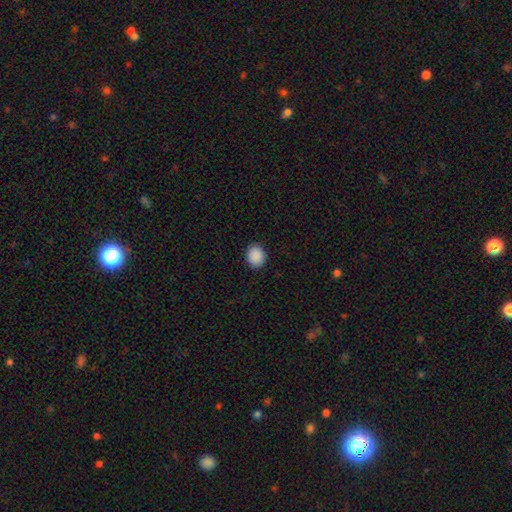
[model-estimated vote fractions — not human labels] This is clearly a smooth galaxy (90%). How rounded: likely round (67%). Merging: clearly none (90%).